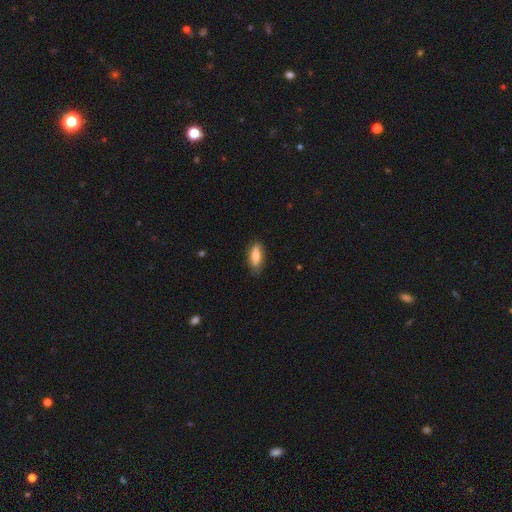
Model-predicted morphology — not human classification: This is likely a smooth galaxy (69%). How rounded: likely in between (75%). Merging: likely none (79%).